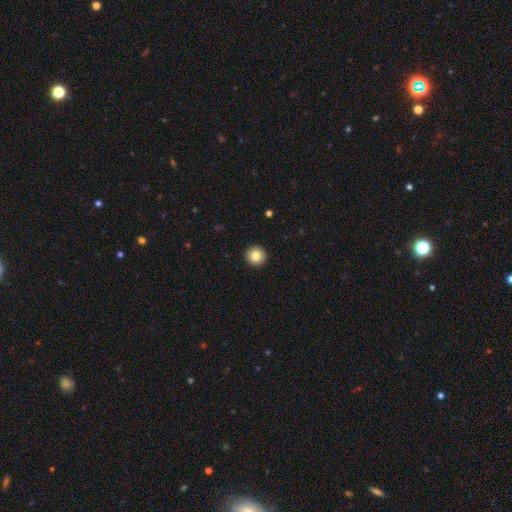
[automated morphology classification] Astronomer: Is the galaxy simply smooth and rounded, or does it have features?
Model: smooth — 84%.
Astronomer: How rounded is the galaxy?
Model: round — 95%.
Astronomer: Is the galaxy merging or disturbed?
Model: none — 94%.